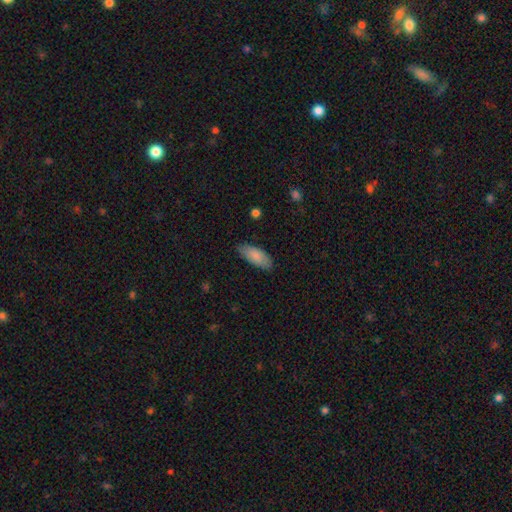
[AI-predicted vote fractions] A smooth galaxy with no disk features (86%) that is in between round and cigar-shaped (84%). Merging: none (81%).